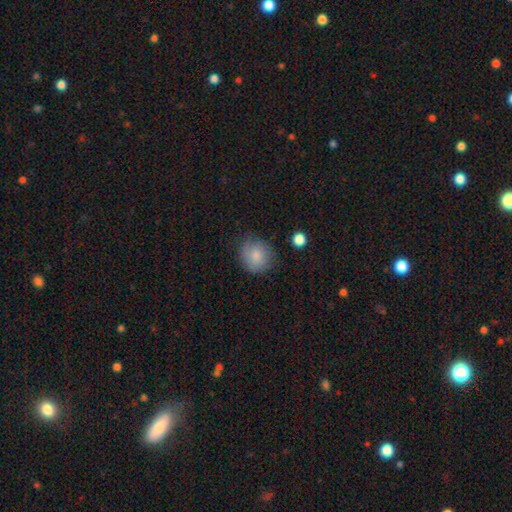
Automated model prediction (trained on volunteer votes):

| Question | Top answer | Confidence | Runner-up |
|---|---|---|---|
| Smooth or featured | smooth | 82% | featured or disk (10%) |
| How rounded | round | 86% | in between (13%) |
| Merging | none | 70% | minor disturbance (22%) |